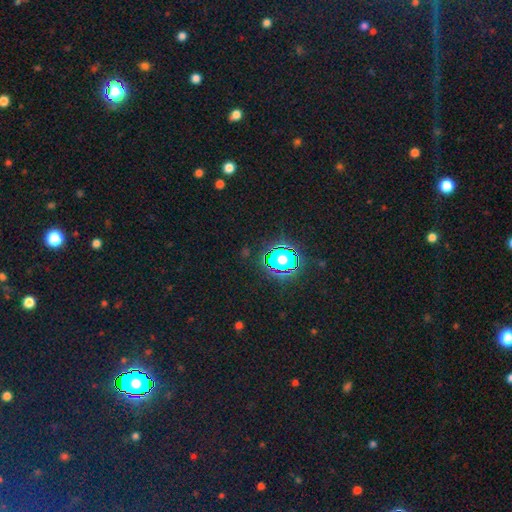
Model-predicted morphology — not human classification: This appears to be a star or artifact, not a galaxy (83%).